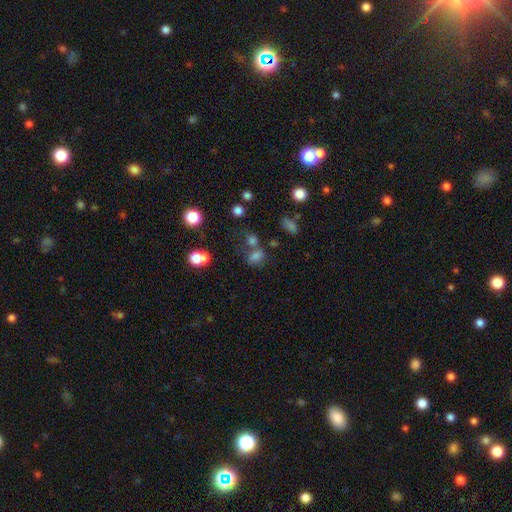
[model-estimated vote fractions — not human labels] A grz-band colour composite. It shows a smooth galaxy with no disk features (71%) that is in between round and cigar-shaped (68%). Merging: none (46%).